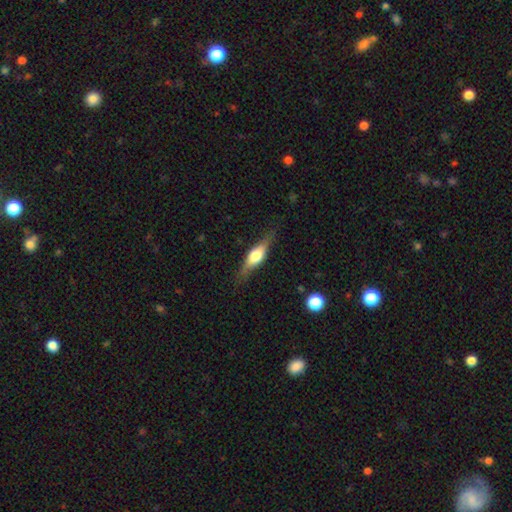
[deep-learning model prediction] Morphology: type=featured or disk (56%); edge-on=yes (92%); edge-on bulge=rounded (86%); merging=none (80%).